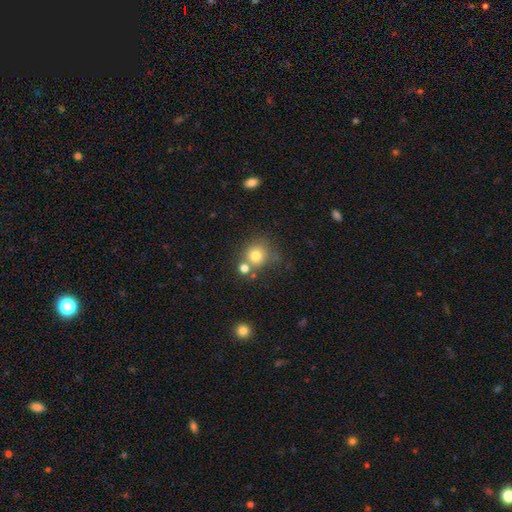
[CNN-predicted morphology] The model was most divided on "merging": none: 61%, merger: 22%, minor disturbance: 12%, major disturbance: 5%. More confident: how rounded — round (87%); smooth or featured — smooth (77%).